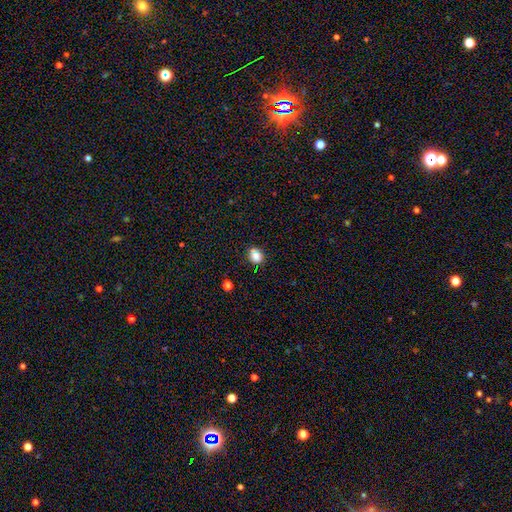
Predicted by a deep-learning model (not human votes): Smooth or featured? Predicted: smooth (p=0.81). How rounded? Predicted: round (p=0.65). Merging? Predicted: none (p=0.74).